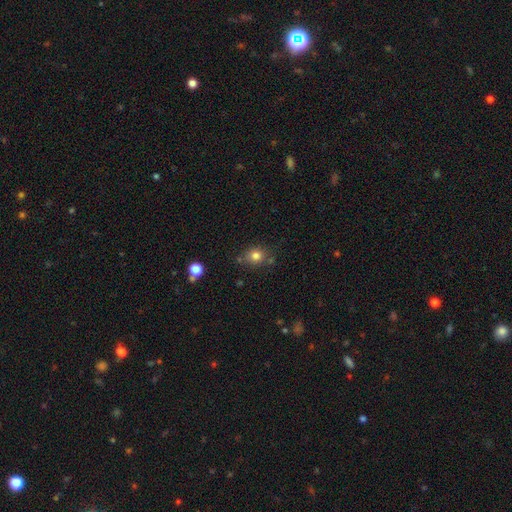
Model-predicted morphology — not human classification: type=smooth (80%); roundness=round (73%); merging=none (74%).